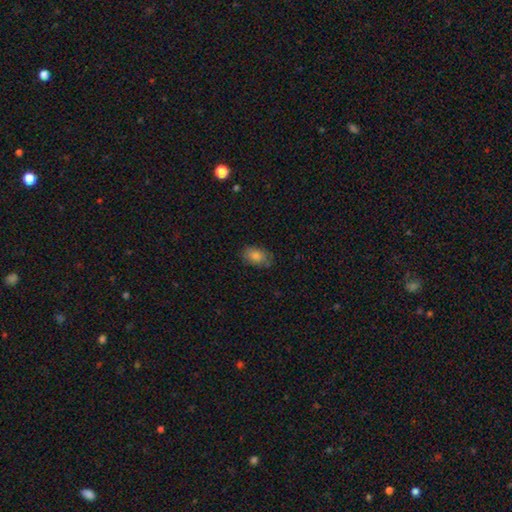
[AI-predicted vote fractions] This is likely a smooth galaxy (79%). How rounded: clearly in between (87%). Merging: likely none (78%).